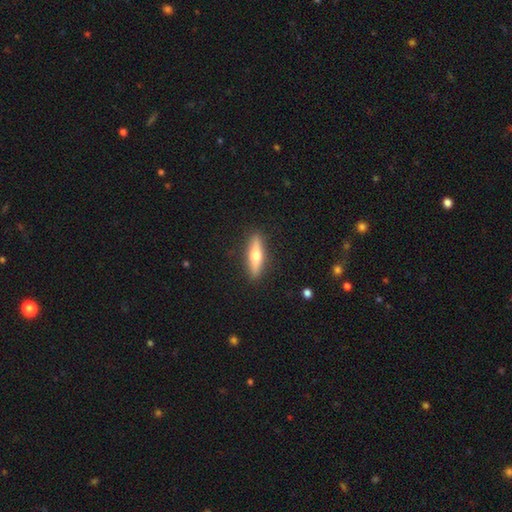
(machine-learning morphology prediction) smooth_or_featured: featured or disk (p=0.50) [alt: smooth p=0.45]
merging: none (p=0.90) [alt: minor disturbance p=0.07]